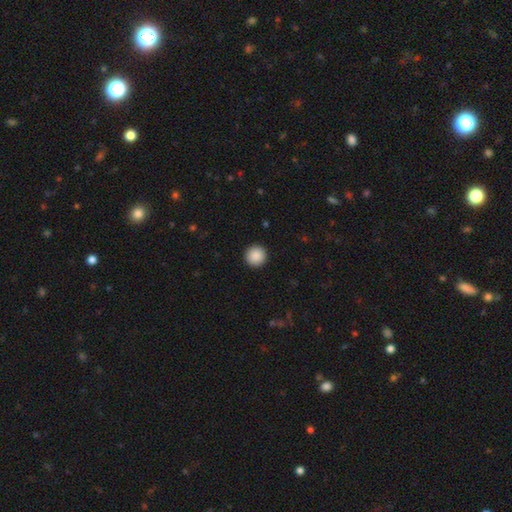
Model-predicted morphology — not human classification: Smooth or featured? smooth (89%)
How rounded? round (95%)
Merging? none (93%)